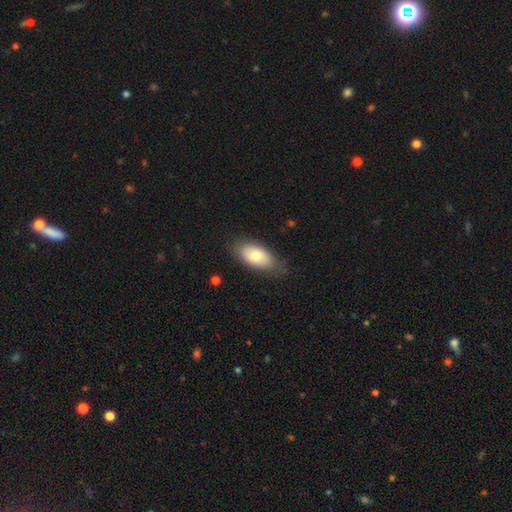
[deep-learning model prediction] Q: Smooth or featured?
A: smooth (77%); runner-up: featured or disk (17%)
Q: How rounded?
A: in between (92%); runner-up: cigar-shaped (5%)
Q: Merging?
A: none (75%); runner-up: minor disturbance (19%)